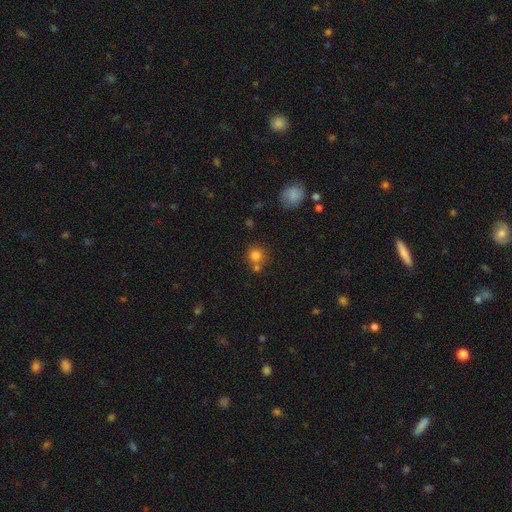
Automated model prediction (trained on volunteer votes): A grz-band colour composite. It shows a smooth galaxy with no disk features (79%) that is round (89%). Merging: none (59%).